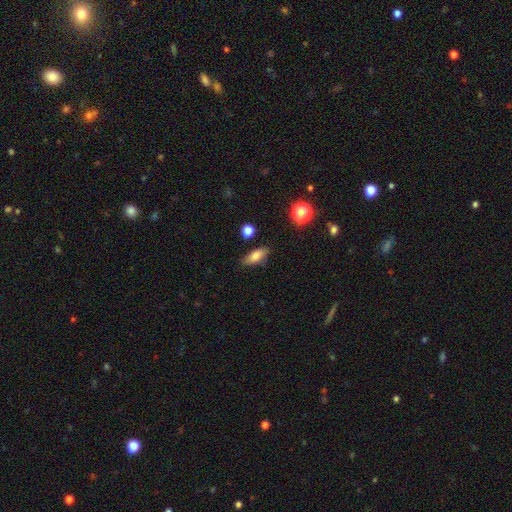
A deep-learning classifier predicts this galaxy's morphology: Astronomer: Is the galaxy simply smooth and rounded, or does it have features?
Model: smooth — 78%.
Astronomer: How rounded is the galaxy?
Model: in between — 76%.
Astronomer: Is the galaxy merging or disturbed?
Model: none — 81%.